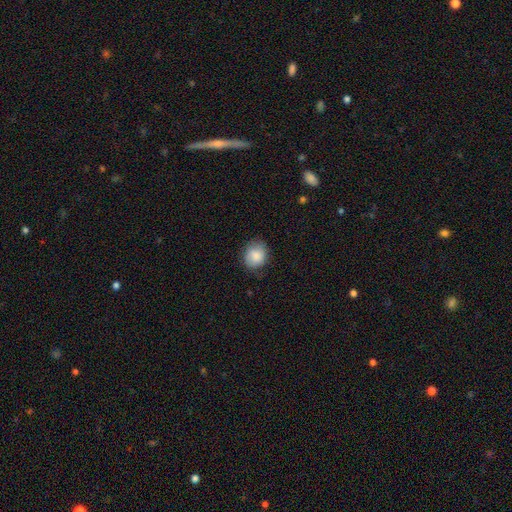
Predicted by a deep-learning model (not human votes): A smooth galaxy with no disk features (86%) that is round (71%).

Vote fractions:
- Smooth or featured? smooth: 86% / star or artifact: 7% / featured or disk: 7%
- How rounded? round: 71% / in between: 28% / cigar-shaped: 1%
- Merging? none: 76% / minor disturbance: 19% / major disturbance: 4% / merger: 1%